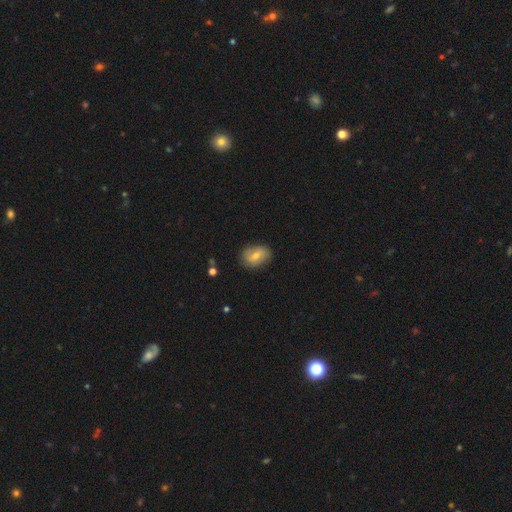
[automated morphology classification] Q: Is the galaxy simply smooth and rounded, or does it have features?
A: smooth — 54%.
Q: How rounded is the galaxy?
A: in between — 74%.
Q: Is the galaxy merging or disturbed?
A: none — 78%.